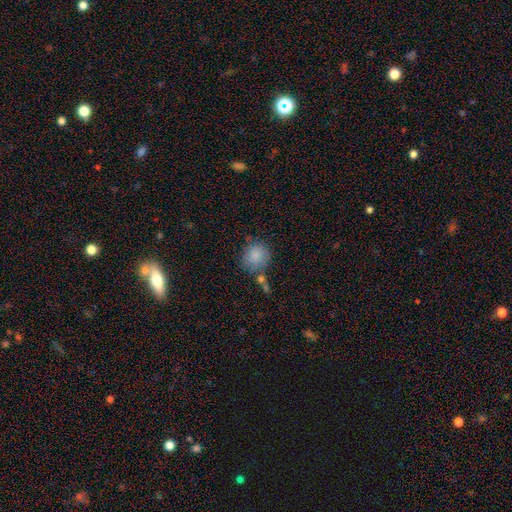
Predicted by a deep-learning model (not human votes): The model was most divided on "merging": none: 65%, minor disturbance: 18%, merger: 10%, major disturbance: 7%. More confident: smooth or featured — smooth (85%); how rounded — round (81%).